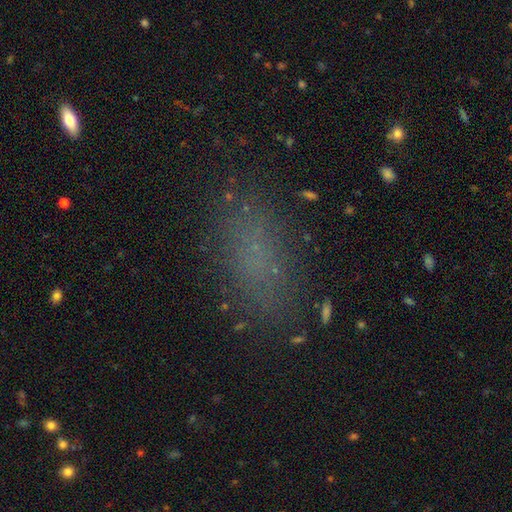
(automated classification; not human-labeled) Smooth or featured? Predicted: smooth (p=0.71). How rounded? Predicted: in between (p=0.82). Merging? Predicted: none (p=0.82).